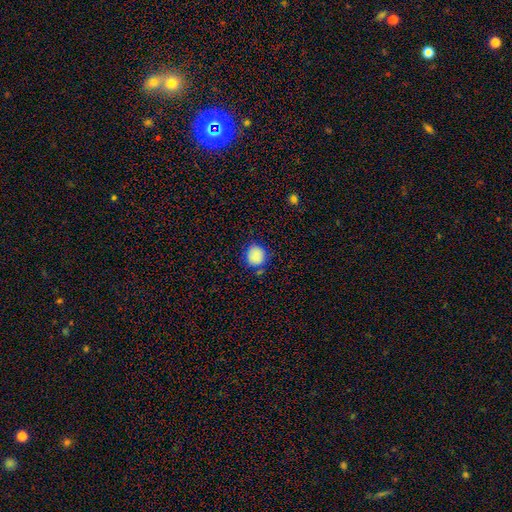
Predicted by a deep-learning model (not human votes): Q: Smooth or featured?
A: smooth (86%); runner-up: star or artifact (10%)
Q: How rounded?
A: round (83%); runner-up: in between (16%)
Q: Merging?
A: none (76%); runner-up: minor disturbance (16%)